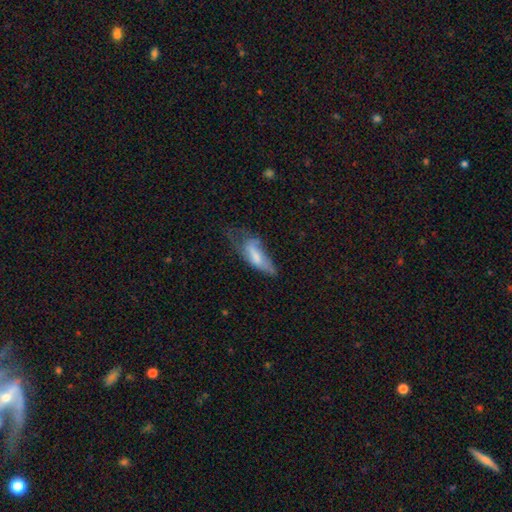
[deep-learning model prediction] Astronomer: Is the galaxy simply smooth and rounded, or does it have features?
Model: smooth — 58% (runner-up: featured or disk, 34%).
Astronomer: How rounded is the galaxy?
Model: in between — 70%.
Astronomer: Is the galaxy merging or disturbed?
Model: major disturbance — 41% (runner-up: minor disturbance, 30%).